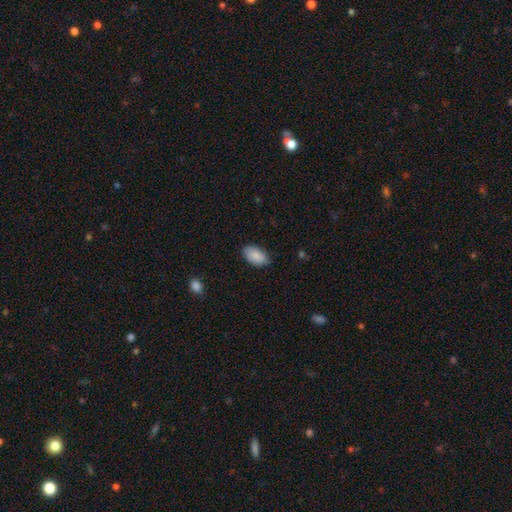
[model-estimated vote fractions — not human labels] This is clearly a smooth galaxy (89%). How rounded: clearly in between (95%). Merging: clearly none (84%).